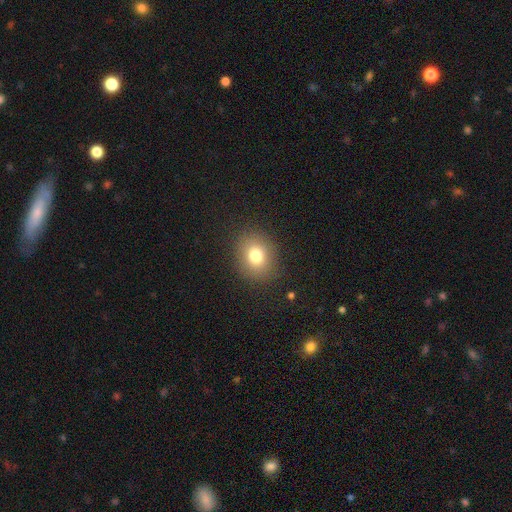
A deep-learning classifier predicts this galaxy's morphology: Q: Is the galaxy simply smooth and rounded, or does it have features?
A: smooth — 77%.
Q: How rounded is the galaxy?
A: round — 61%.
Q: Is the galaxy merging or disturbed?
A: none — 87%.